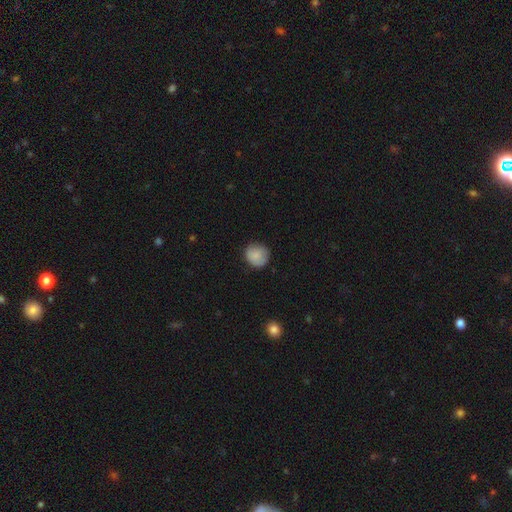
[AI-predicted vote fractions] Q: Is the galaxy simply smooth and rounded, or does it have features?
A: smooth — 86%.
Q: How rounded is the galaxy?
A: round — 88%.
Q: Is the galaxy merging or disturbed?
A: none — 78%.